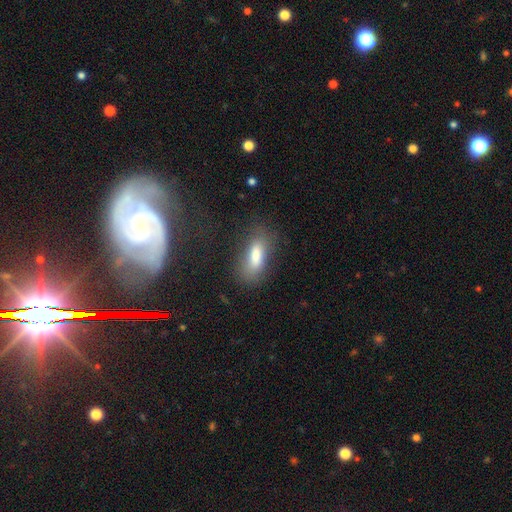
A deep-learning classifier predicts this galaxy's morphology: smooth_or_featured: smooth (p=0.75) [alt: featured or disk p=0.15]
how_rounded: in between (p=0.70) [alt: cigar-shaped p=0.28]
merging: none (p=0.71) [alt: minor disturbance p=0.19]